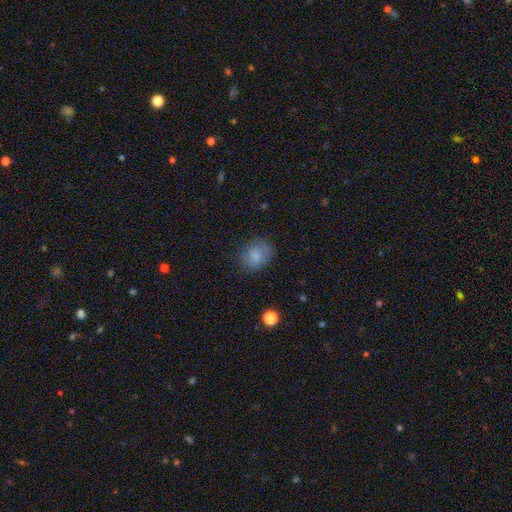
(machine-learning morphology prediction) This is clearly a smooth galaxy (82%). How rounded: possibly in between (53%). Merging: likely none (75%).